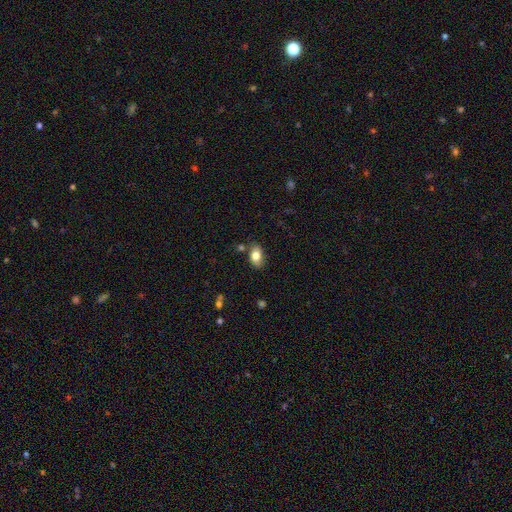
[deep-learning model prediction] smooth 80%, featured or disk 13%, star or artifact 8%. Down the decision tree: how rounded — in between (88%); merging — none (77%).